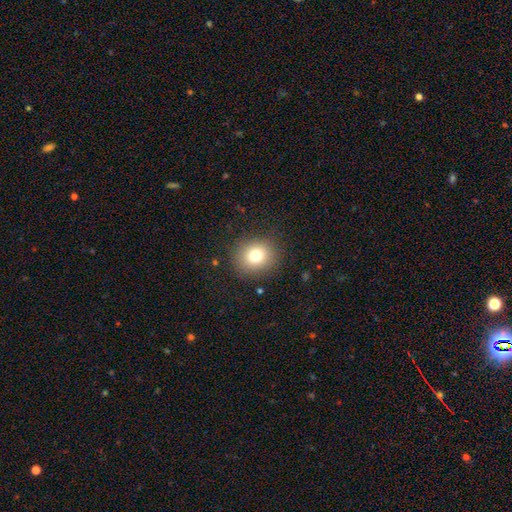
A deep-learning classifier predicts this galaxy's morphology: Smooth or featured? smooth (77%)
How rounded? round (82%)
Merging? none (87%)